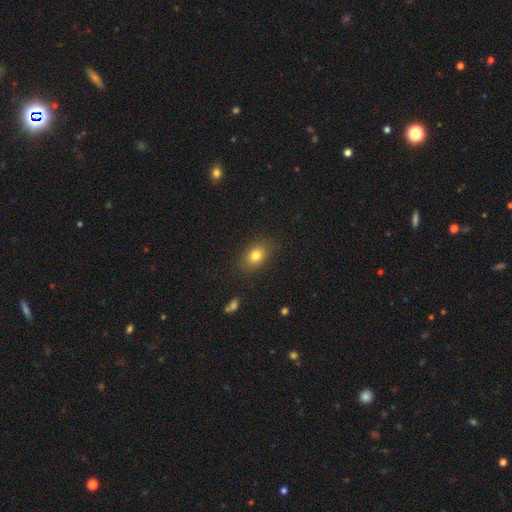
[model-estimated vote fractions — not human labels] smooth-or-featured: smooth: 80% | star or artifact: 11% | featured or disk: 10%
  how-rounded: in between: 72% | round: 26% | cigar-shaped: 2%
  merging: none: 85% | minor disturbance: 11% | major disturbance: 3% | merger: 1%